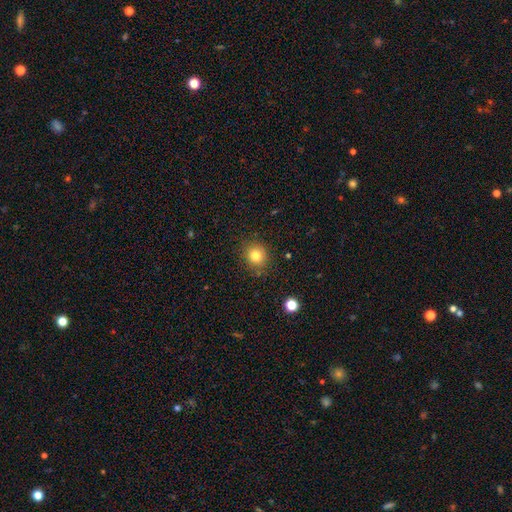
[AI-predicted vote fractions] smooth_or_featured: smooth (p=0.80) [alt: star or artifact p=0.12]
how_rounded: round (p=0.83) [alt: in between p=0.16]
merging: none (p=0.85) [alt: minor disturbance p=0.10]